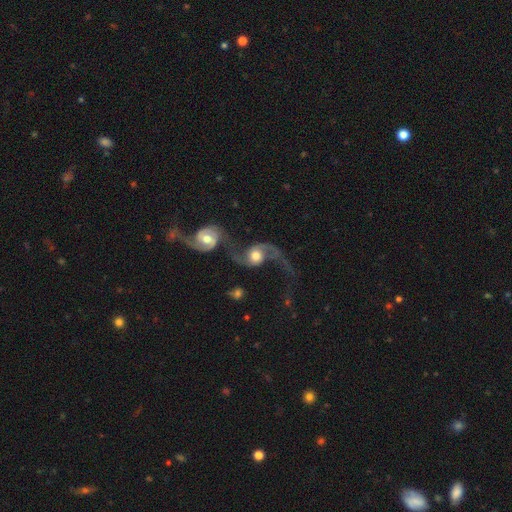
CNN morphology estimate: Smooth or featured?
  - featured or disk: 84% *
  - smooth: 11%
  - star or artifact: 5%
Edge-on disk?
  - no: 96% *
  - yes: 4%
Bar?
  - no: 60% *
  - weak: 31%
  - strong: 10%
Spiral arms?
  - yes: 94% *
  - no: 6%
Spiral winding?
  - loose: 71% *
  - medium: 24%
  - tight: 5%
Spiral arm count?
  - 2: 89% *
  - 1: 6%
  - can't tell: 2%
  - 3: 1%
  - 4: 1%
  - more than 4: 1%
Bulge size?
  - moderate: 57% *
  - large: 30%
  - small: 8%
  - dominant: 3%
  - none: 2%
Merging?
  - merger: 51% *
  - none: 23%
  - major disturbance: 17%
  - minor disturbance: 10%